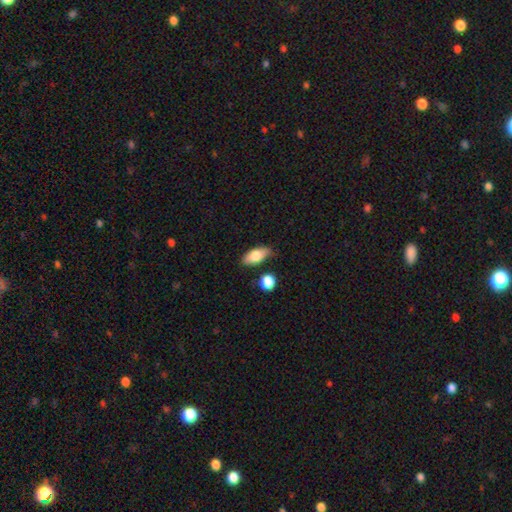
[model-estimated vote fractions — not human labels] Morphology: type=smooth (75%); roundness=in between (84%); merging=none (76%).